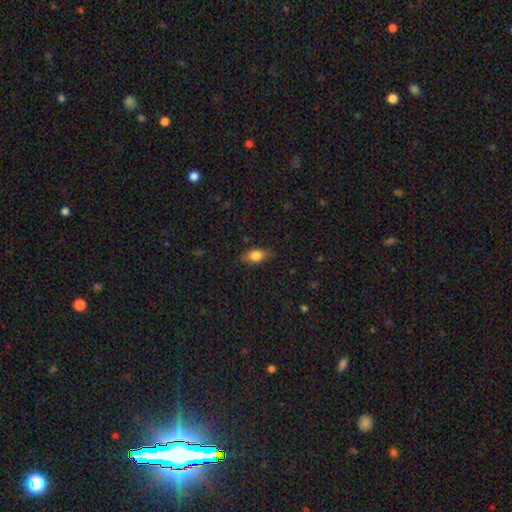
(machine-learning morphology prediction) smooth-or-featured: smooth: 78% | featured or disk: 14% | star or artifact: 8%
  how-rounded: in between: 83% | cigar-shaped: 10% | round: 7%
  merging: none: 83% | minor disturbance: 13% | major disturbance: 3% | merger: 1%